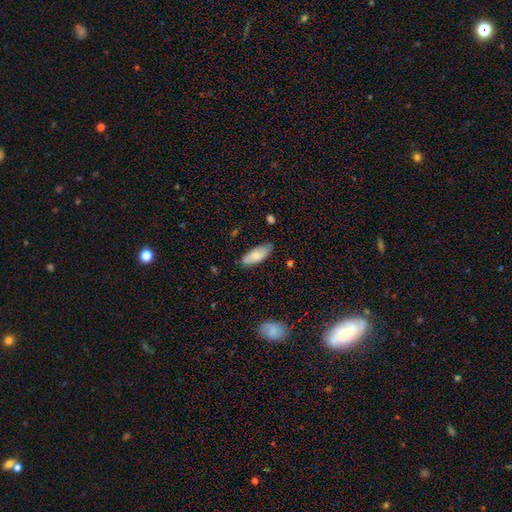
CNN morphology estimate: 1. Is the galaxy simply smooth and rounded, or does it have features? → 79% smooth, 14% featured or disk, 6% star or artifact.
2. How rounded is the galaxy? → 79% in between, 19% cigar-shaped, 2% round.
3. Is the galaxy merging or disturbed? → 78% none, 17% minor disturbance, 3% major disturbance, 2% merger.